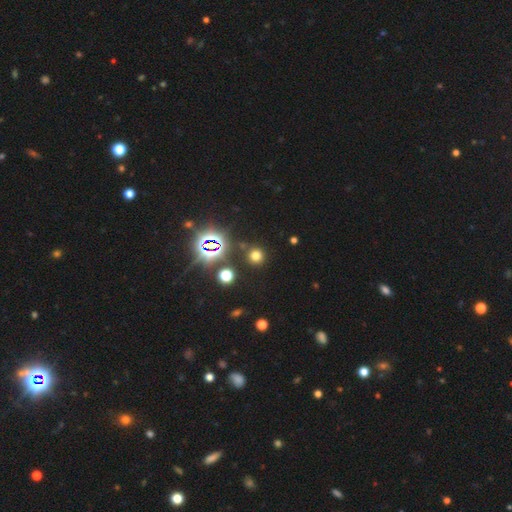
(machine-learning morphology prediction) A smooth galaxy with no disk features (64%) that is round (92%). Merging: none (86%).